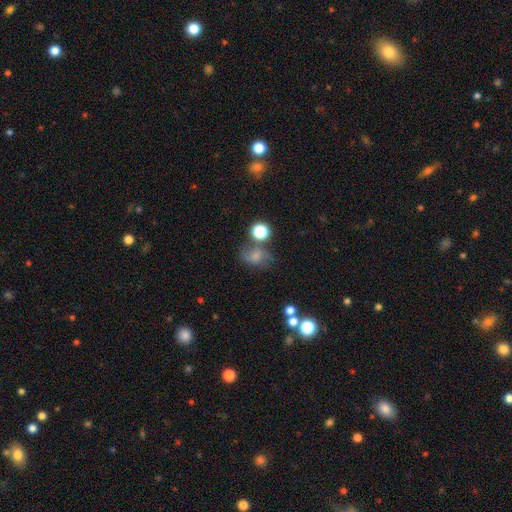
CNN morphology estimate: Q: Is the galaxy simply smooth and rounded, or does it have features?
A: smooth — 56%.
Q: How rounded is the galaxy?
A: in between — 57%.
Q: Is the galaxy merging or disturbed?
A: none — 52%.